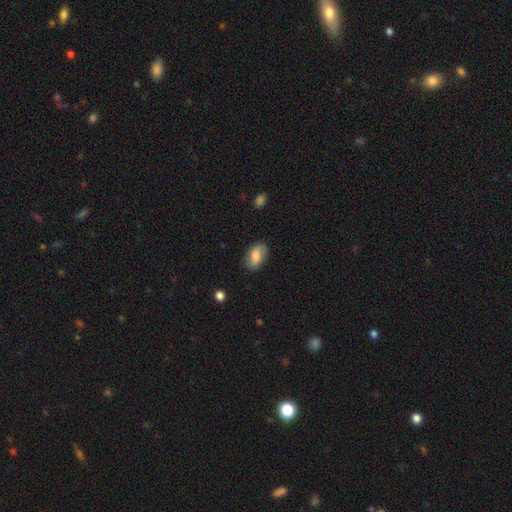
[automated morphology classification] Smooth or featured: smooth — 66% (featured or disk — 26%)
How rounded: in between — 91% (round — 7%)
Merging: none — 78% (minor disturbance — 17%)